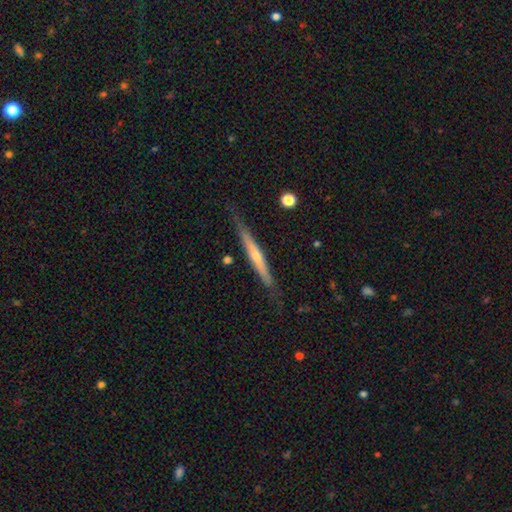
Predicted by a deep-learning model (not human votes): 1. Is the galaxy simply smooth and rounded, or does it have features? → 63% featured or disk, 31% smooth, 6% star or artifact.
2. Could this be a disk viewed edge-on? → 96% yes, 4% no.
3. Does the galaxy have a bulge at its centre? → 59% rounded, 37% none, 4% boxy.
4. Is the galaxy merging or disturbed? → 79% none, 16% minor disturbance, 3% major disturbance, 2% merger.